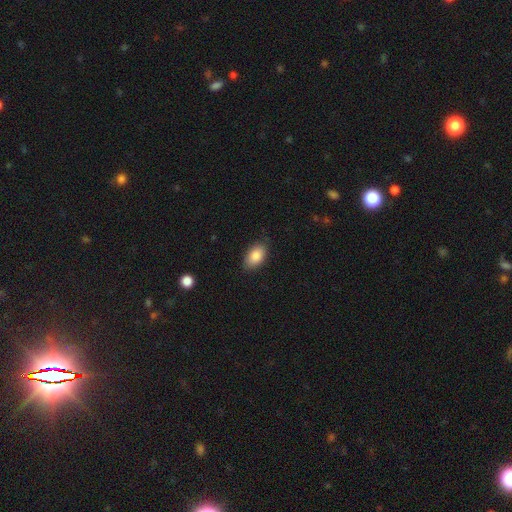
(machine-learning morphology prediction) The model was most divided on "merging": none: 83%, minor disturbance: 13%, major disturbance: 3%, merger: 1%. More confident: how rounded — in between (92%); smooth or featured — smooth (87%).